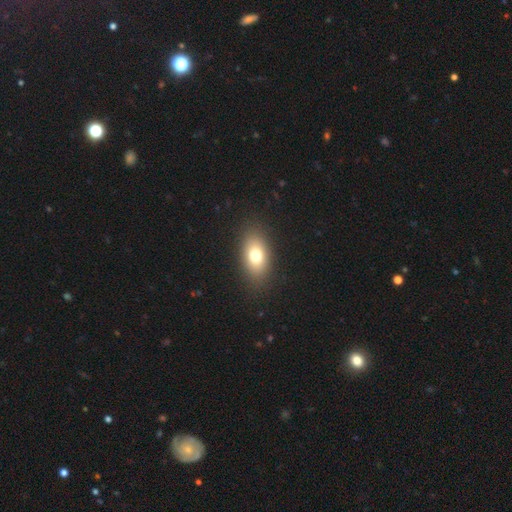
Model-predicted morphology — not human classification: This is likely a smooth galaxy (74%). How rounded: clearly in between (84%). Merging: clearly none (87%).